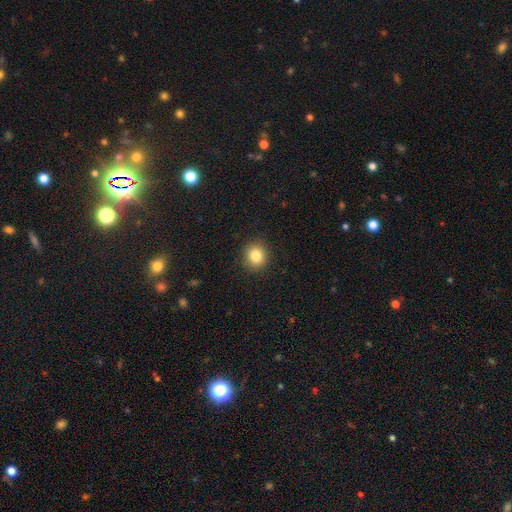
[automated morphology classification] type=smooth (83%); roundness=round (80%); merging=none (91%).